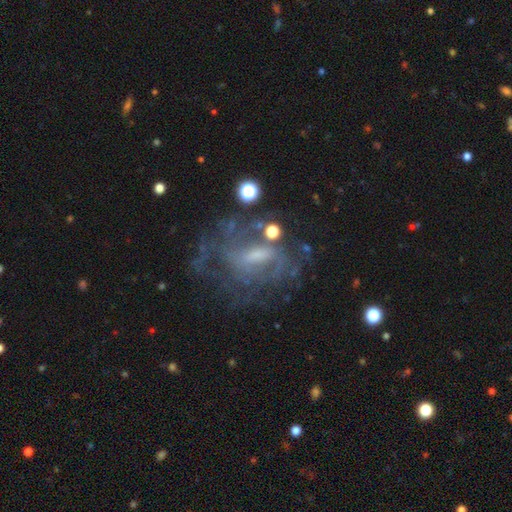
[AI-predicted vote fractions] Smooth or featured? featured or disk (75%)
Edge-on disk? no (94%)
Bar? weak (48%)
Spiral arms? yes (72%)
Spiral winding? tight (41%)
Spiral arm count? can't tell (52%)
Bulge size? small (43%)
Merging? none (57%)